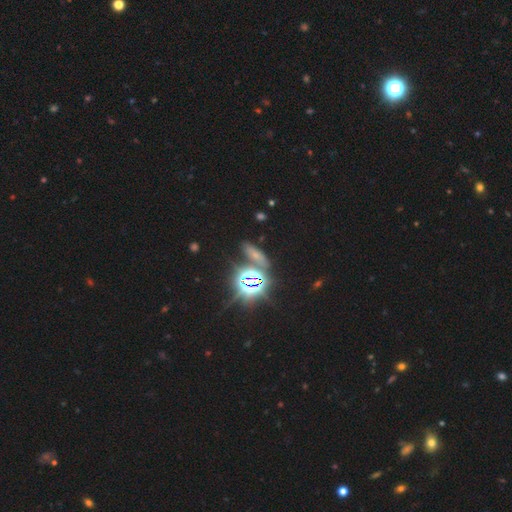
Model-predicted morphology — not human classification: Smooth or featured? Predicted: star or artifact (p=0.54).